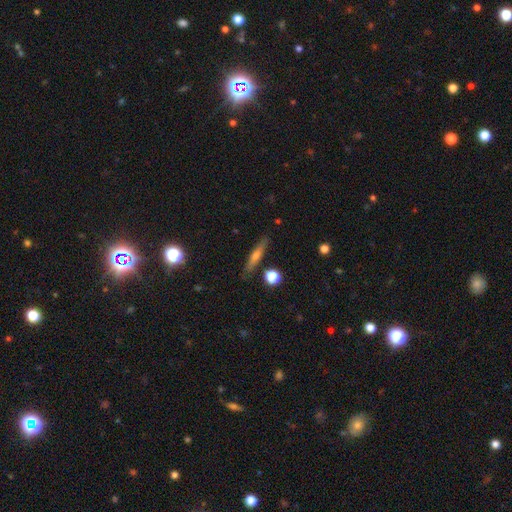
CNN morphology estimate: smooth-or-featured: featured or disk: 46% | smooth: 45% | star or artifact: 9%
  merging: none: 86% | minor disturbance: 10% | merger: 2% | major disturbance: 2%